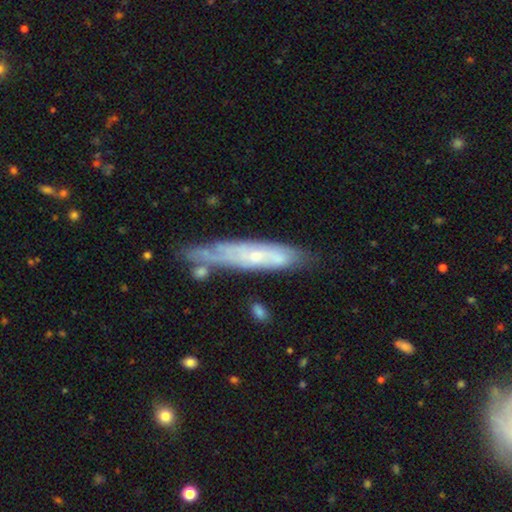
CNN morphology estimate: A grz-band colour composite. It shows a featured or disk galaxy (63%). Merging: none (59%).